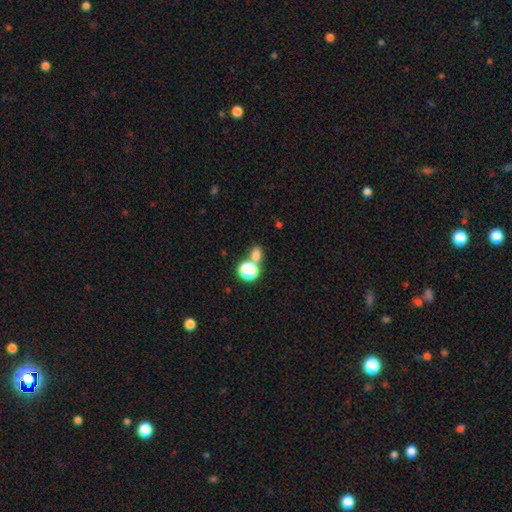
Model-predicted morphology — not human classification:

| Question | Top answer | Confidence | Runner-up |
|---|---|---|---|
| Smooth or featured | smooth | 72% | star or artifact (21%) |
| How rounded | in between | 52% | round (47%) |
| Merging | none | 56% | merger (31%) |